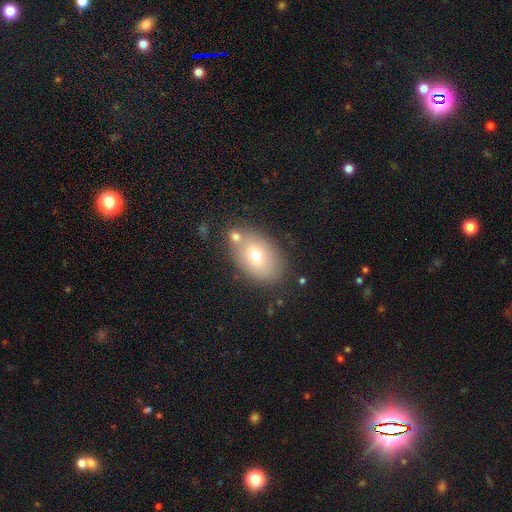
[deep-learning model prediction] Smooth or featured? Predicted: smooth (p=0.69). How rounded? Predicted: in between (p=0.84). Merging? Predicted: none (p=0.63).